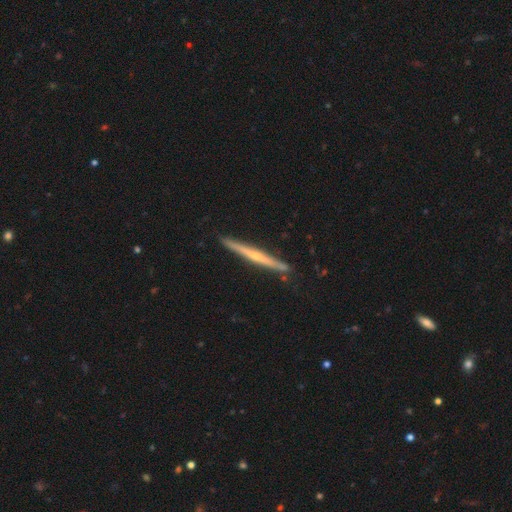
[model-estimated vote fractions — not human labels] The model was most divided on "edge-on bulge": rounded: 62%, none: 33%, boxy: 4%. More confident: edge-on disk — yes (98%); merging — none (88%); smooth or featured — featured or disk (74%).